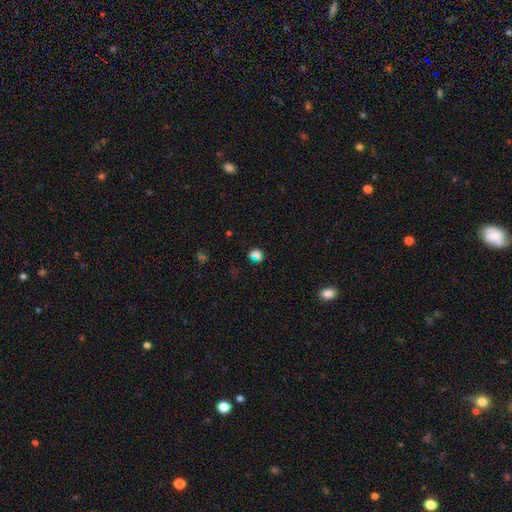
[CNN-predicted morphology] Smooth or featured?
  - smooth: 61% *
  - star or artifact: 31%
  - featured or disk: 8%
How rounded?
  - round: 75% *
  - in between: 22%
  - cigar-shaped: 2%
Merging?
  - none: 74% *
  - minor disturbance: 13%
  - merger: 6%
  - major disturbance: 6%